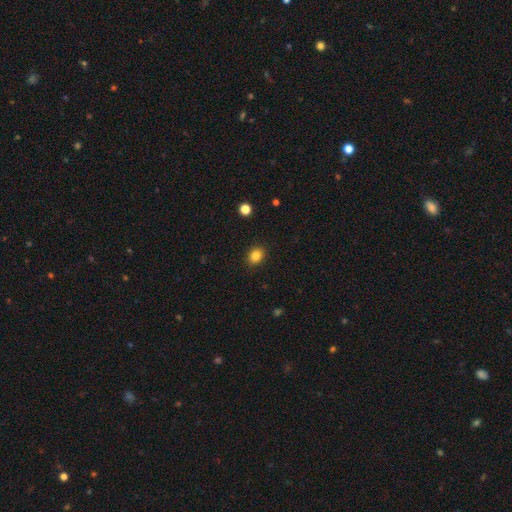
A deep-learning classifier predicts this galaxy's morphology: This is clearly a smooth galaxy (85%). How rounded: possibly in between (50%). Merging: clearly none (89%).